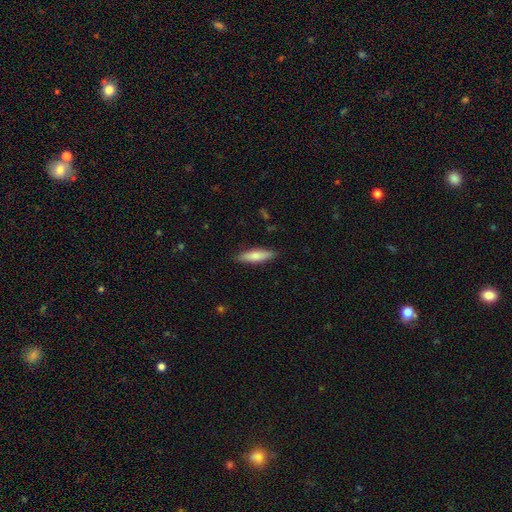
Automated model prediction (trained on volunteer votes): A smooth galaxy with no disk features (76%) that is cigar-shaped (64%). Merging: none (87%).